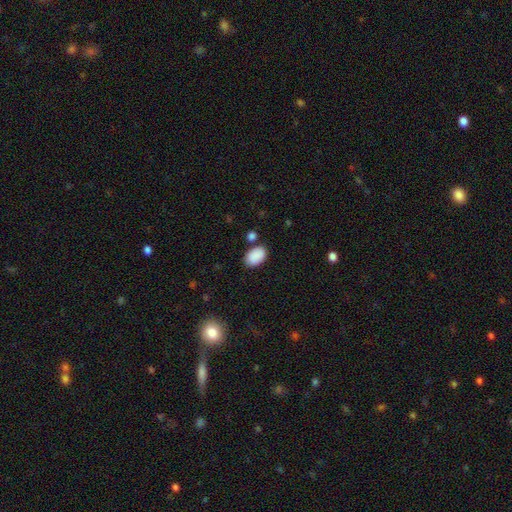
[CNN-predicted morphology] The model was most divided on "merging": none: 78%, minor disturbance: 12%, merger: 6%, major disturbance: 3%. More confident: how rounded — in between (91%); smooth or featured — smooth (90%).